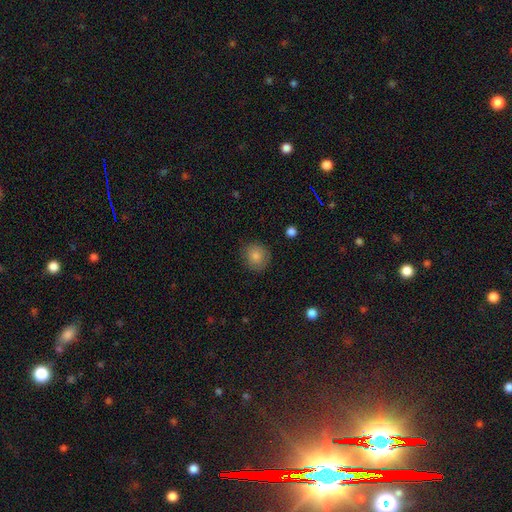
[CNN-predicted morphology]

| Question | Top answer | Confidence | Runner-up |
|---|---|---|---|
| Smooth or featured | smooth | 82% | featured or disk (9%) |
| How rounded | round | 86% | in between (13%) |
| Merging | none | 83% | minor disturbance (12%) |